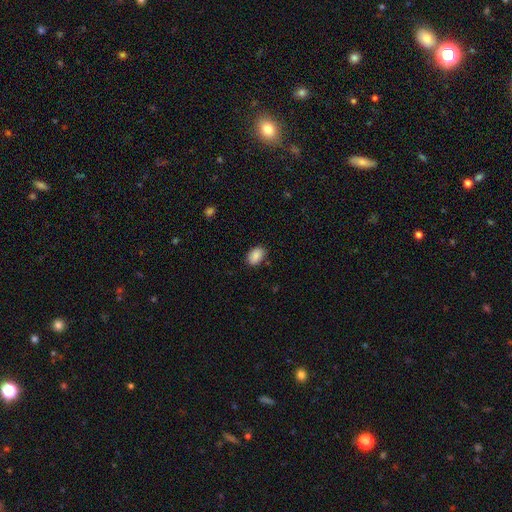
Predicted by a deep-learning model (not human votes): The model was most divided on "merging": none: 83%, minor disturbance: 13%, major disturbance: 3%, merger: 1%. More confident: smooth or featured — smooth (88%); how rounded — in between (85%).